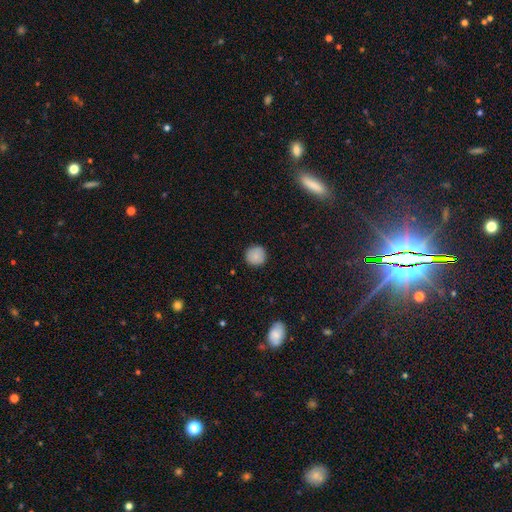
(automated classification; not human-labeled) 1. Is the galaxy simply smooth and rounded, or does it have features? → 84% smooth, 9% star or artifact, 7% featured or disk.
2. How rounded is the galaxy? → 95% round, 4% in between, 1% cigar-shaped.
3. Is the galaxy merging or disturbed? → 89% none, 8% minor disturbance, 2% major disturbance, 1% merger.